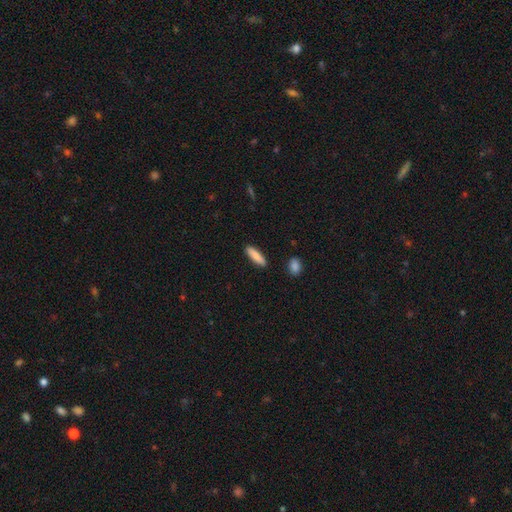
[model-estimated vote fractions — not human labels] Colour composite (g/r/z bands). It shows a smooth galaxy with no disk features (85%) that is cigar-shaped (66%). Merging: none (89%).